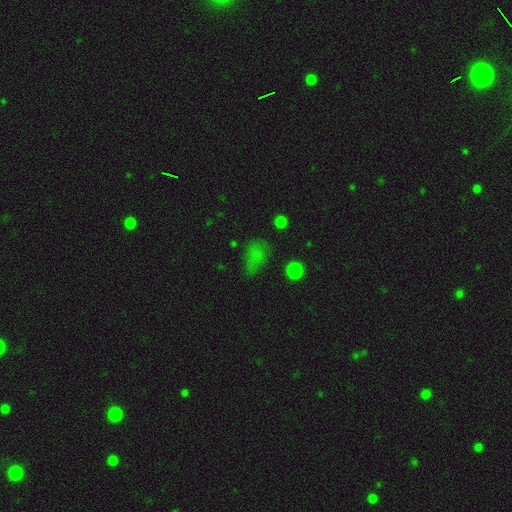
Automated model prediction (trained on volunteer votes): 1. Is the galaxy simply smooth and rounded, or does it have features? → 59% smooth, 30% star or artifact, 11% featured or disk.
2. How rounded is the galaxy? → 70% in between, 26% round, 4% cigar-shaped.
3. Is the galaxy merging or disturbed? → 54% none, 25% minor disturbance, 17% major disturbance, 4% merger.